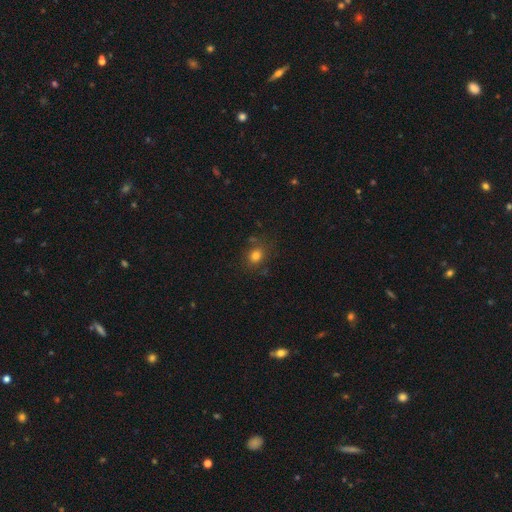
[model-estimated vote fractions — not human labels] A smooth galaxy with no disk features (78%) that is round (65%). Merging: none (77%).